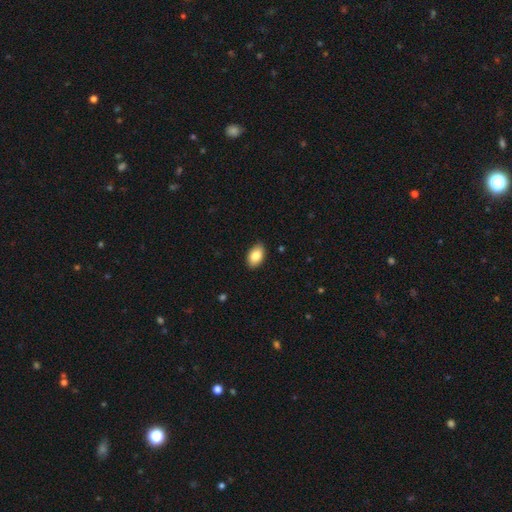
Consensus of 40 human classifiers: Smooth or featured? smooth (92%)
How rounded? in between (89%)
Merging? none (84%)